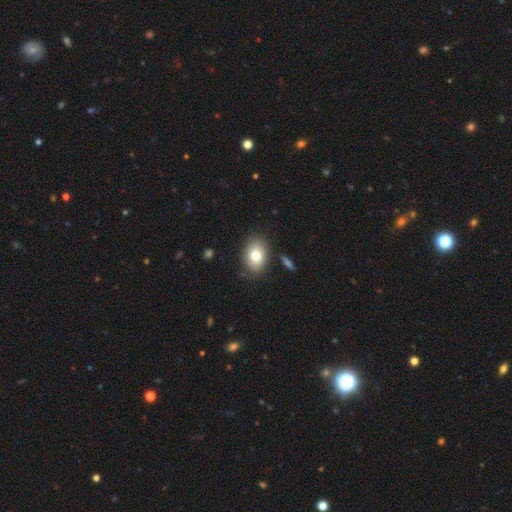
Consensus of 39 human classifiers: Smooth or featured: smooth — 85% (featured or disk — 13%)
How rounded: in between — 70% (round — 30%)
Merging: none — 82% (minor disturbance — 11%)